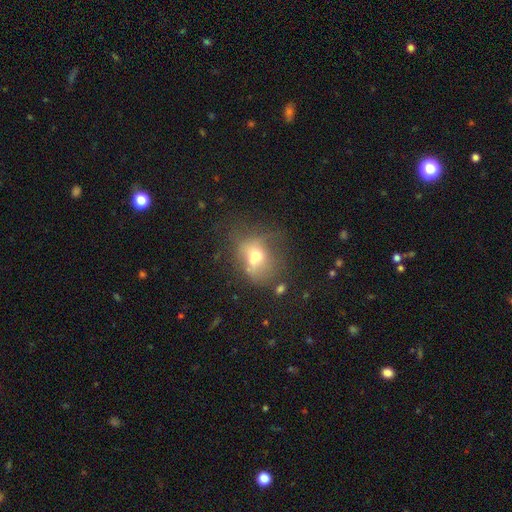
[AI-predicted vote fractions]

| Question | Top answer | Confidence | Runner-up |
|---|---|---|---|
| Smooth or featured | smooth | 54% | featured or disk (31%) |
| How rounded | round | 59% | in between (40%) |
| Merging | none | 34% | major disturbance (28%) |